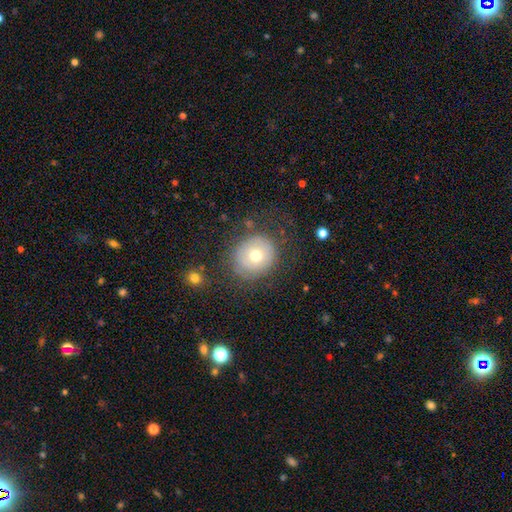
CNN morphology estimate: Overall: smooth (63%; featured or disk 27%). How rounded: round (83%). Merging: none (72%).